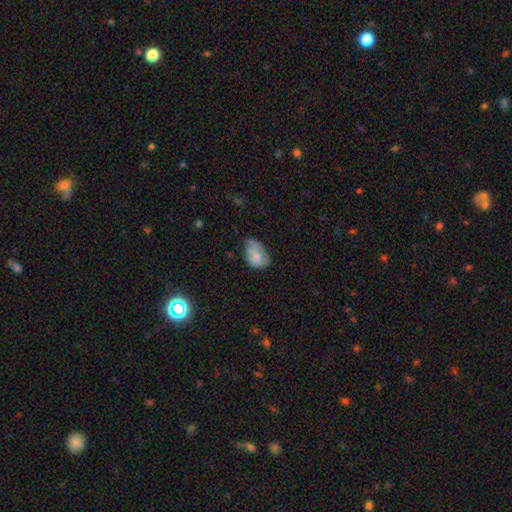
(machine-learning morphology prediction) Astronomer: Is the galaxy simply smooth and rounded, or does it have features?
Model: smooth — 71%.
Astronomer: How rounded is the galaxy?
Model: in between — 82%.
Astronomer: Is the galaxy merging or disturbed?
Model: minor disturbance — 45% (runner-up: none, 33%).